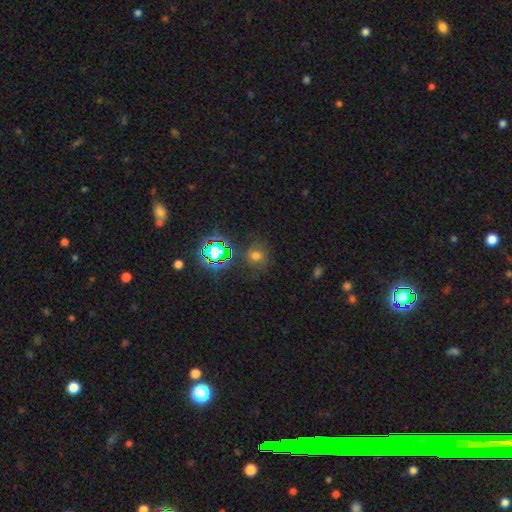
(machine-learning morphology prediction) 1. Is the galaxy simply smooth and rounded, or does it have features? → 54% smooth, 34% star or artifact, 12% featured or disk.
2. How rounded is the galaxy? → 74% round, 25% in between, 1% cigar-shaped.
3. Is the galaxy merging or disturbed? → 72% none, 16% minor disturbance, 8% major disturbance, 4% merger.